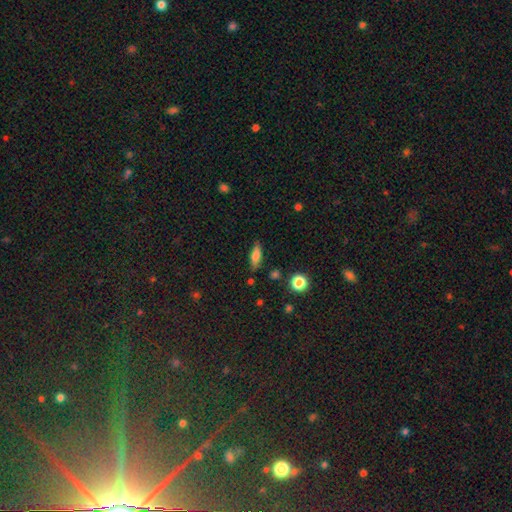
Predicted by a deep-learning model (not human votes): Smooth or featured? smooth (74%)
How rounded? in between (59%)
Merging? none (79%)